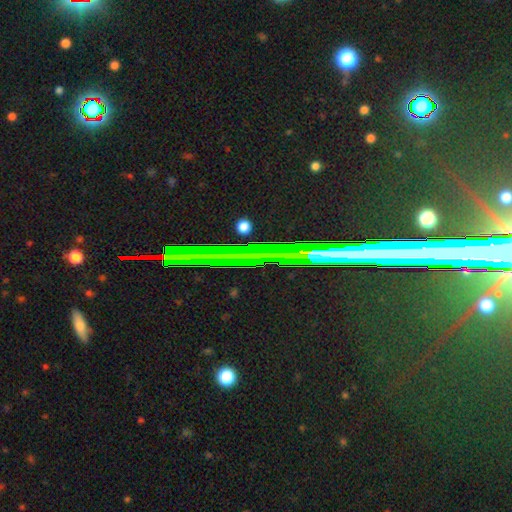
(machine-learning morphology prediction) star or artifact 71%, featured or disk 18%, smooth 10%.